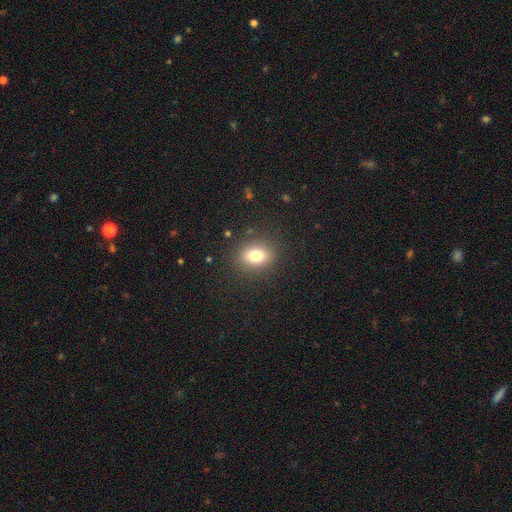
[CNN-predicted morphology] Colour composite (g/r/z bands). It shows a smooth galaxy with no disk features (78%) that is in between round and cigar-shaped (56%). Merging: none (87%).